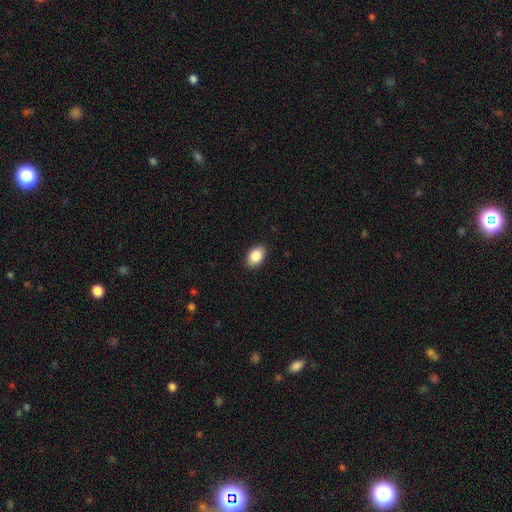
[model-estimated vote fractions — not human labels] This is clearly a smooth galaxy (87%). How rounded: clearly in between (87%). Merging: clearly none (89%).